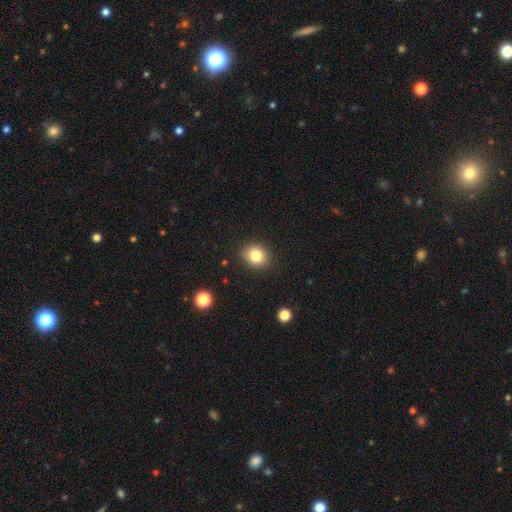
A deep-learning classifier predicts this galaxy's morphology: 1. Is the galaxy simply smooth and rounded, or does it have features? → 83% smooth, 10% star or artifact, 7% featured or disk.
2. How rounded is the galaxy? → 67% round, 32% in between, 1% cigar-shaped.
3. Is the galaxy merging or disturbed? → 88% none, 8% minor disturbance, 2% major disturbance, 1% merger.